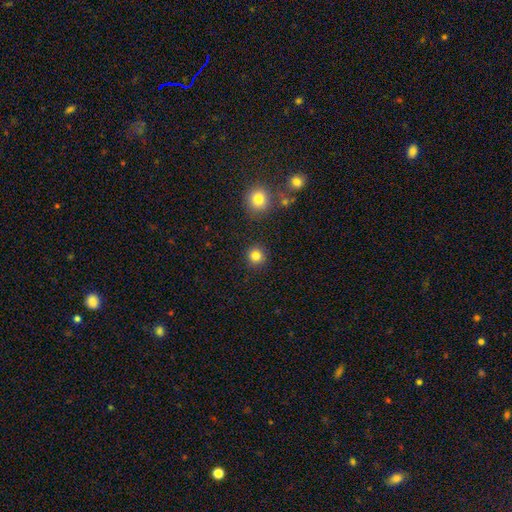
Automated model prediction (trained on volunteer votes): Smooth or featured? smooth (82%)
How rounded? round (94%)
Merging? none (89%)